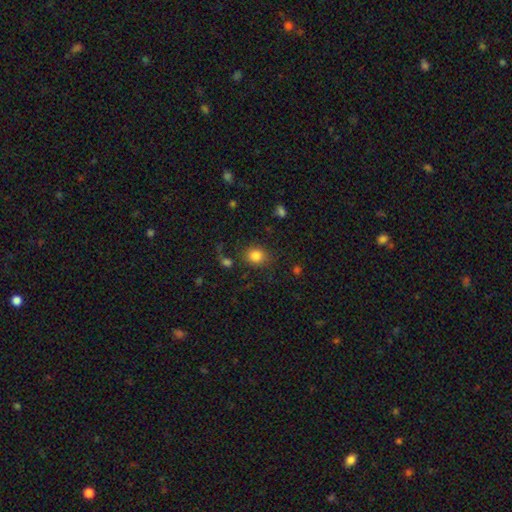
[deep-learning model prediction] This appears to be a smooth galaxy with no disk features (83%) that is round (66%). Merging: none (79%).